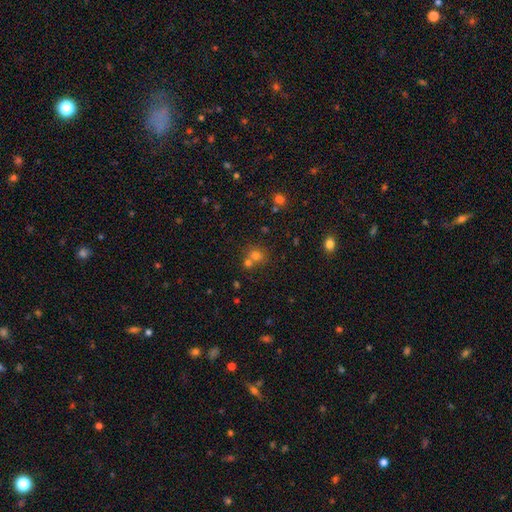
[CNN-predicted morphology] smooth_or_featured: smooth (p=0.71) [alt: star or artifact p=0.19]
how_rounded: round (p=0.81) [alt: in between p=0.18]
merging: none (p=0.51) [alt: merger p=0.39]